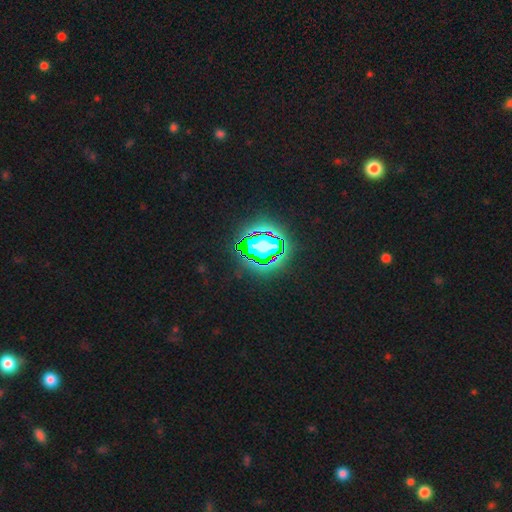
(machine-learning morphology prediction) Smooth or featured? Predicted: star or artifact (p=0.81).